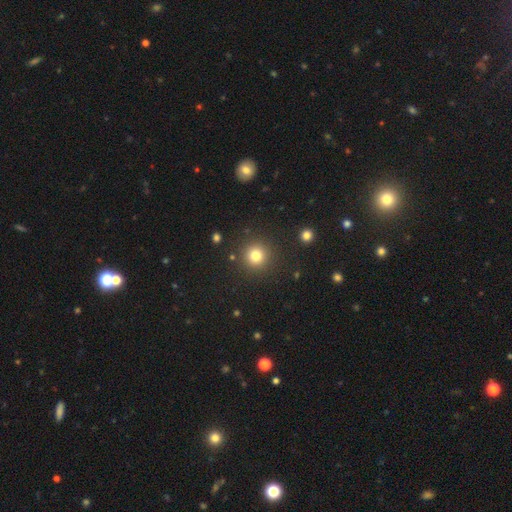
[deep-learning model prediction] smooth-or-featured: smooth: 81% | star or artifact: 13% | featured or disk: 6%
  how-rounded: round: 95% | in between: 4% | cigar-shaped: 1%
  merging: none: 90% | minor disturbance: 6% | major disturbance: 3% | merger: 2%